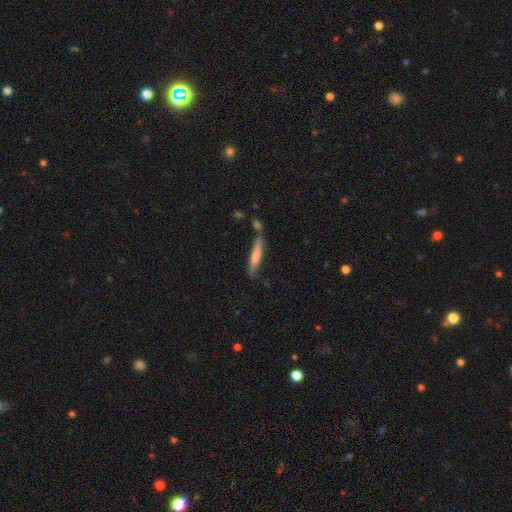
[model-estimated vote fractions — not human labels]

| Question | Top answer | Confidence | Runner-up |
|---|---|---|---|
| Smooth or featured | smooth | 67% | featured or disk (26%) |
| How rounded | cigar-shaped | 90% | in between (8%) |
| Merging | none | 63% | minor disturbance (17%) |